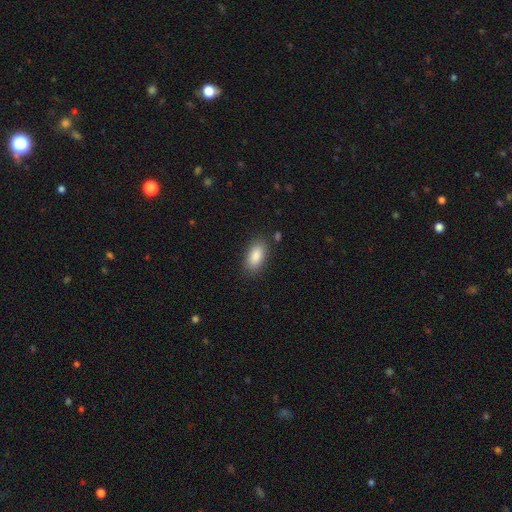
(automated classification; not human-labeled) Smooth or featured? Predicted: smooth (p=0.87). How rounded? Predicted: in between (p=0.91). Merging? Predicted: none (p=0.86).